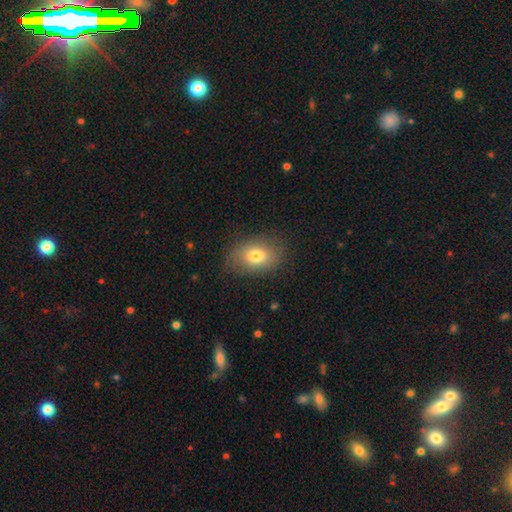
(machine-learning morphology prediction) Q: Smooth or featured?
A: smooth (76%); runner-up: featured or disk (14%)
Q: How rounded?
A: in between (76%); runner-up: round (22%)
Q: Merging?
A: none (81%); runner-up: minor disturbance (13%)